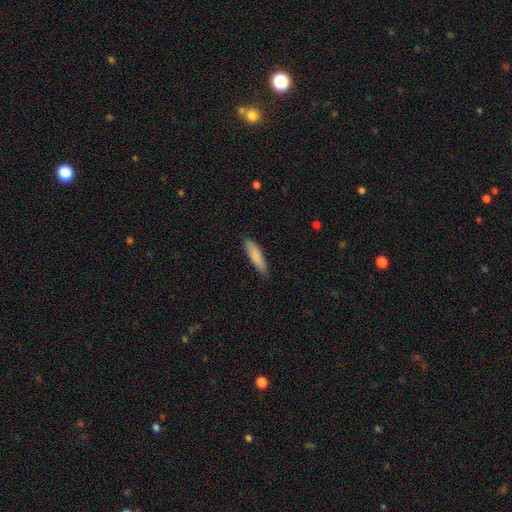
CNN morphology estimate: smooth 84%, featured or disk 10%, star or artifact 6%. Down the decision tree: how rounded — cigar-shaped (67%); merging — none (86%).